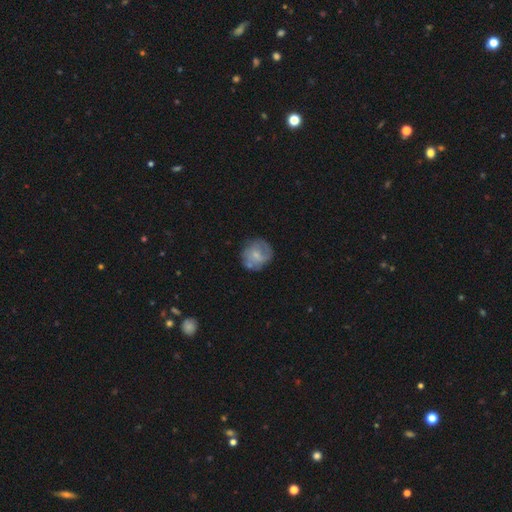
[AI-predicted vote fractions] Smooth or featured? Predicted: smooth (p=0.57). How rounded? Predicted: round (p=0.83). Merging? Predicted: none (p=0.63).